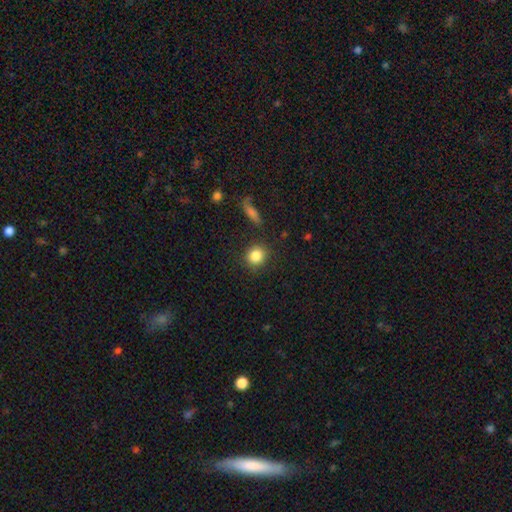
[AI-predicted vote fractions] This is clearly a smooth galaxy (86%). How rounded: clearly round (85%). Merging: clearly none (85%).